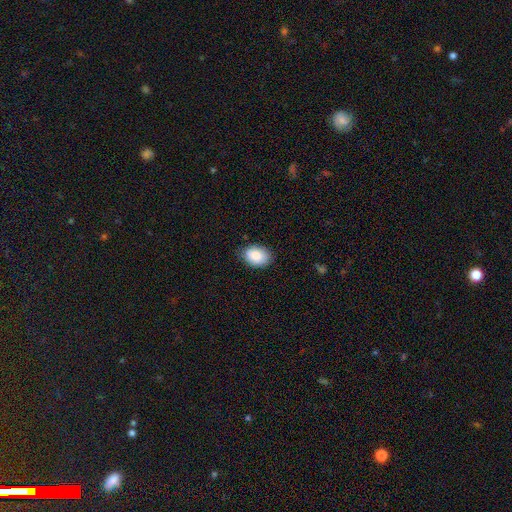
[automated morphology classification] This is clearly a smooth galaxy (85%). How rounded: likely in between (78%). Merging: clearly none (82%).